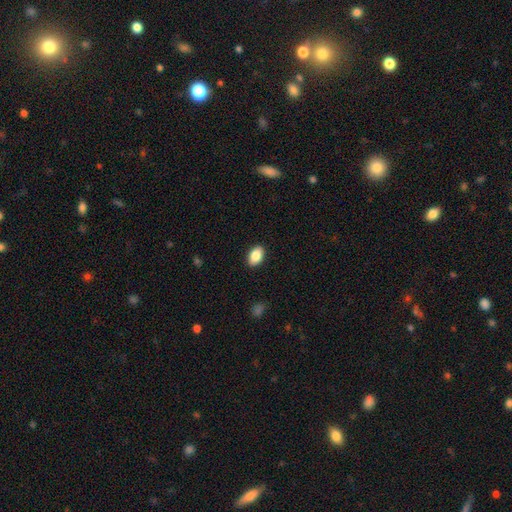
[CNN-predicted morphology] smooth-or-featured: smooth: 87% | star or artifact: 7% | featured or disk: 6%
  how-rounded: in between: 89% | round: 10% | cigar-shaped: 1%
  merging: none: 90% | minor disturbance: 8% | major disturbance: 2% | merger: 1%